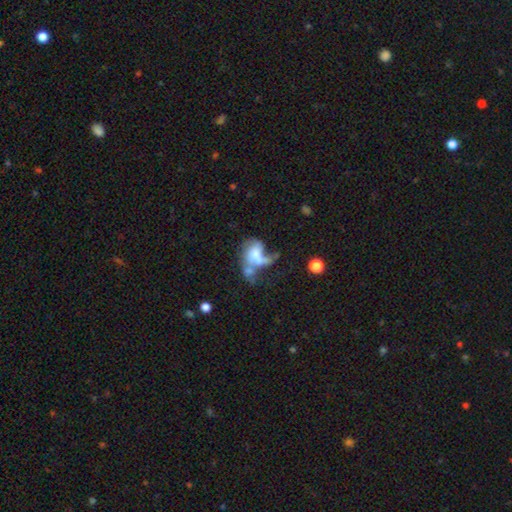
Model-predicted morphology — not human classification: smooth_or_featured: featured or disk (p=0.48) [alt: smooth p=0.42]
merging: merger (p=0.45) [alt: major disturbance p=0.31]